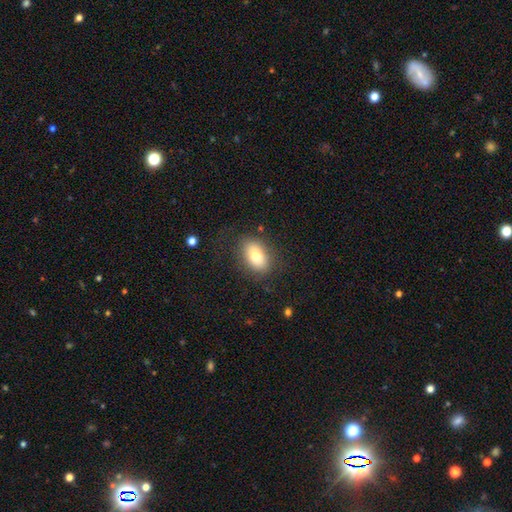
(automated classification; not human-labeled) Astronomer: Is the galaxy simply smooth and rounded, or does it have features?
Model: smooth — 74%.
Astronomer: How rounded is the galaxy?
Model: in between — 79%.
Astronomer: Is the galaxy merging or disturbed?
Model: none — 80%.